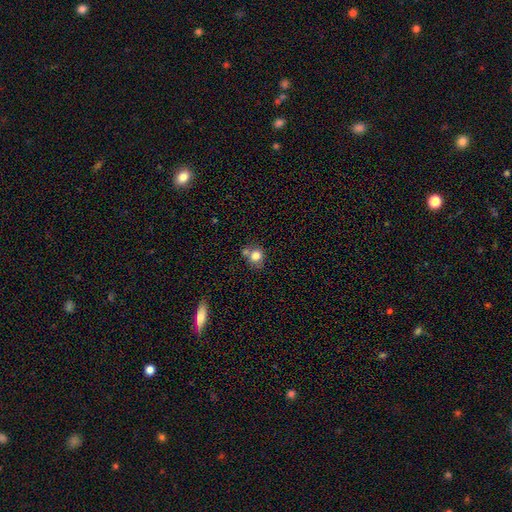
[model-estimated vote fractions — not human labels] smooth 80%, star or artifact 11%, featured or disk 10%. Down the decision tree: how rounded — round (78%); merging — none (51%).